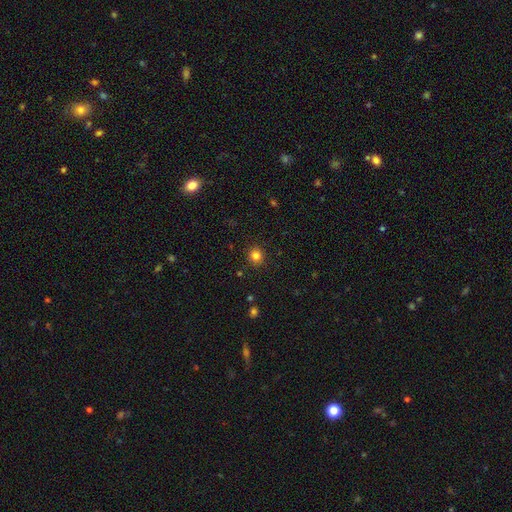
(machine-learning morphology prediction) type=smooth (82%); roundness=round (89%); merging=none (90%).